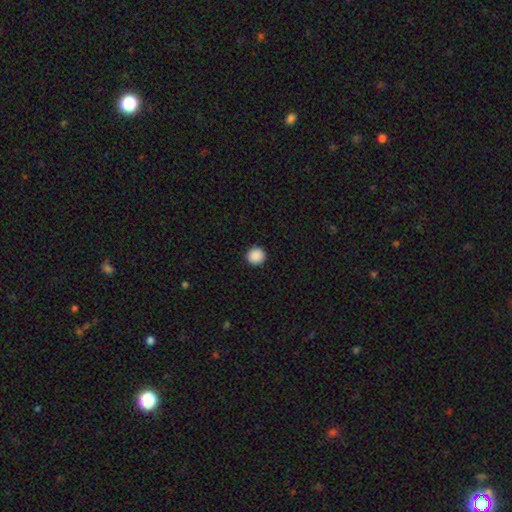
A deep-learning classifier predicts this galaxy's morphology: Smooth or featured? smooth (89%)
How rounded? round (93%)
Merging? none (93%)